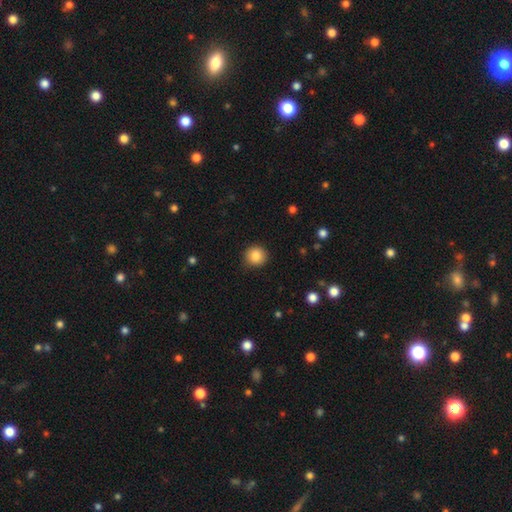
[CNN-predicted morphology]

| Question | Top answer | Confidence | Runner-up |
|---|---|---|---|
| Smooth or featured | smooth | 85% | star or artifact (10%) |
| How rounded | round | 91% | in between (8%) |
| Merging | none | 89% | minor disturbance (8%) |